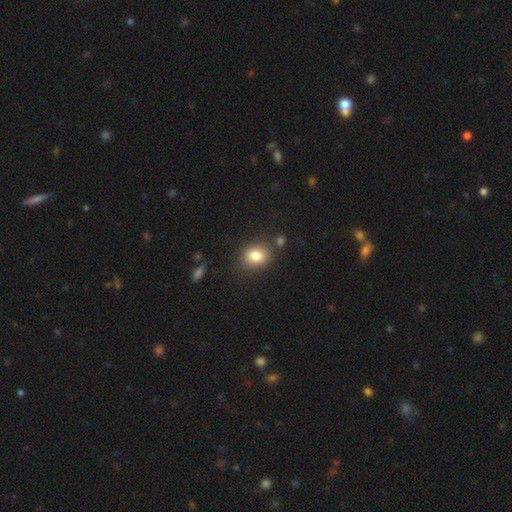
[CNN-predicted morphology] Smooth or featured? smooth (83%)
How rounded? in between (51%)
Merging? none (79%)